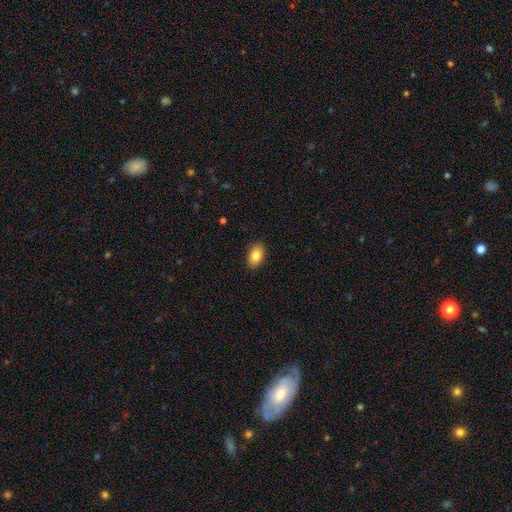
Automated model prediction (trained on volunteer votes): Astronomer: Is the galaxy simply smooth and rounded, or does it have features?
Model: smooth — 84%.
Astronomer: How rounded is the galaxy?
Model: in between — 89%.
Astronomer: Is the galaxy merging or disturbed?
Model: none — 88%.